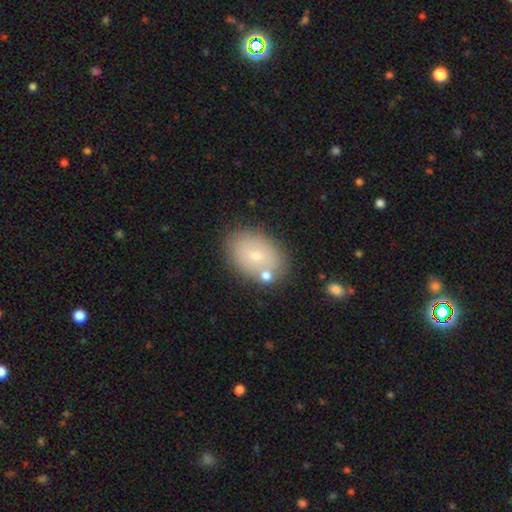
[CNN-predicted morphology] A smooth galaxy with no disk features (69%) that is in between round and cigar-shaped (78%).

Vote fractions:
- Smooth or featured? smooth: 69% / featured or disk: 22% / star or artifact: 9%
- How rounded? in between: 78% / round: 21% / cigar-shaped: 1%
- Merging? none: 76% / minor disturbance: 13% / merger: 7% / major disturbance: 3%